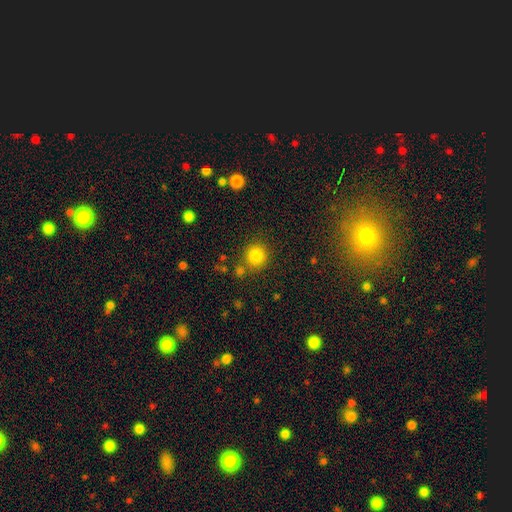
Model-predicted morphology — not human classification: smooth 83%, star or artifact 12%, featured or disk 5%. Down the decision tree: how rounded — round (90%); merging — none (80%).